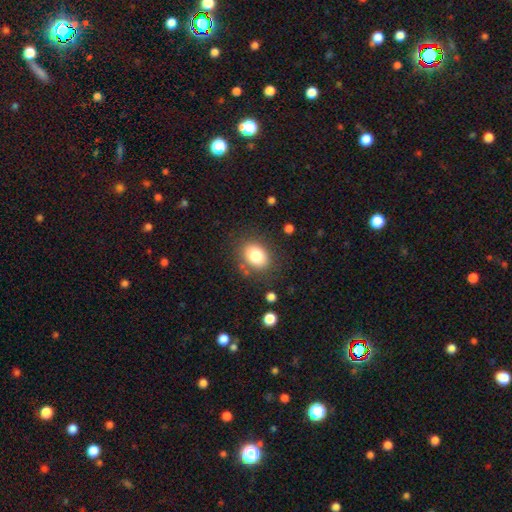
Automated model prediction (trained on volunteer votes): A smooth galaxy with no disk features (83%) that is in between round and cigar-shaped (66%).

Vote fractions:
- Smooth or featured? smooth: 83% / star or artifact: 9% / featured or disk: 8%
- How rounded? in between: 66% / round: 33% / cigar-shaped: 1%
- Merging? none: 81% / minor disturbance: 12% / major disturbance: 5% / merger: 3%